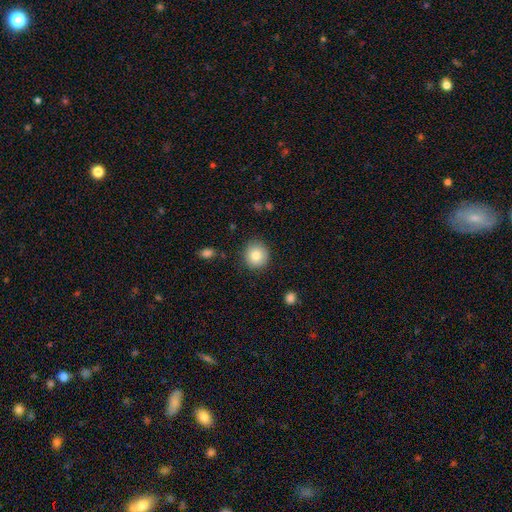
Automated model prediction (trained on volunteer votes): This is clearly a smooth galaxy (83%). How rounded: clearly round (89%). Merging: clearly none (87%).